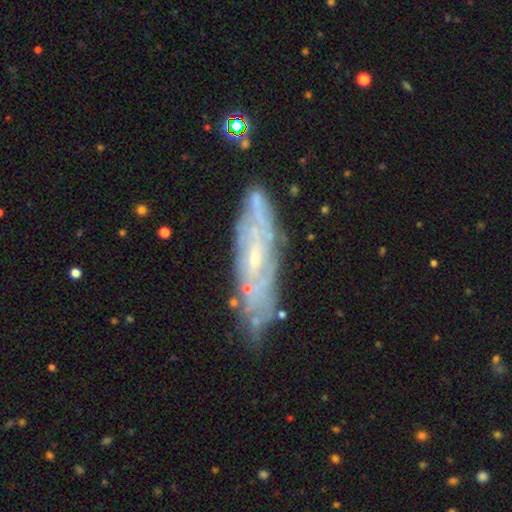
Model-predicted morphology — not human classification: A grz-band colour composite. It shows a featured or disk galaxy (76%) with no bar (60%), spiral arms (83%) and a small central bulge (74%). Merging: none (78%).